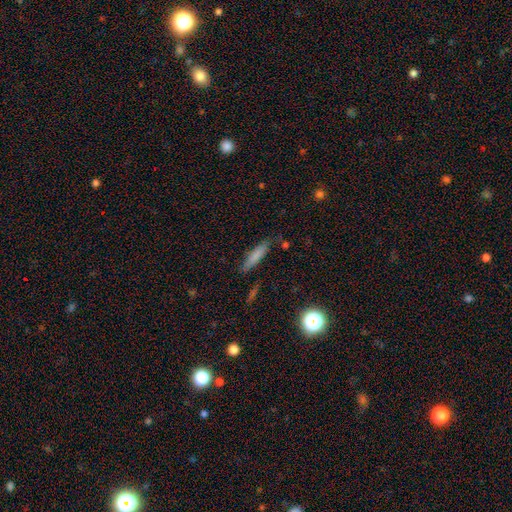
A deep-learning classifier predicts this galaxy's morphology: smooth 76%, featured or disk 15%, star or artifact 9%. Down the decision tree: how rounded — cigar-shaped (78%); merging — none (78%).